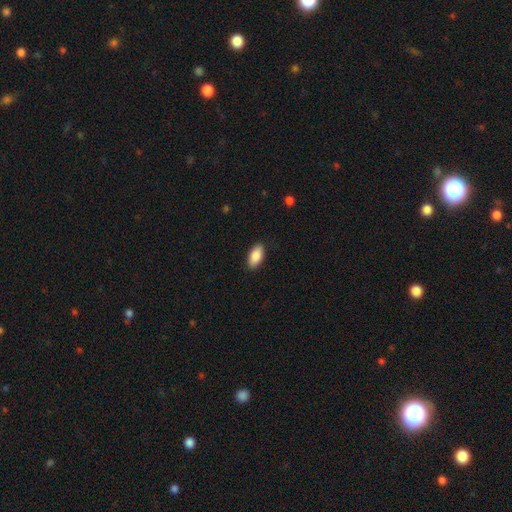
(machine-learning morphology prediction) Smooth or featured? smooth (87%)
How rounded? in between (92%)
Merging? none (88%)